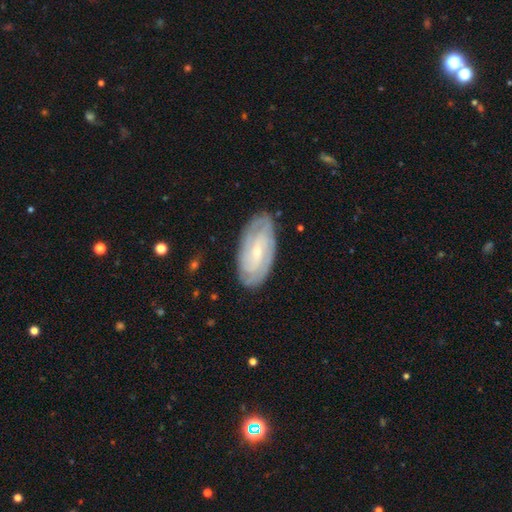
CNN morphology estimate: smooth_or_featured: featured or disk (p=0.77) [alt: smooth p=0.15]
disk_edge_on: no (p=0.94) [alt: yes p=0.06]
bar: weak (p=0.43) [alt: no p=0.40]
has_spiral_arms: yes (p=0.94) [alt: no p=0.06]
spiral_winding: tight (p=0.72) [alt: medium p=0.23]
spiral_arm_count: 2 (p=0.42) [alt: can't tell p=0.29]
bulge_size: small (p=0.71) [alt: moderate p=0.24]
merging: none (p=0.84) [alt: minor disturbance p=0.12]